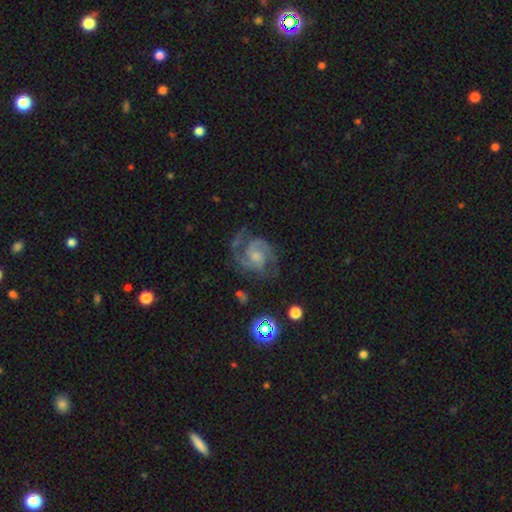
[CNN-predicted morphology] Smooth or featured? Predicted: featured or disk (p=0.87). Edge-on disk? Predicted: no (p=0.98). Bar? Predicted: no (p=0.59). Spiral arms? Predicted: yes (p=0.97). Spiral winding? Predicted: medium (p=0.53). Spiral arm count? Predicted: 2 (p=0.54). Bulge size? Predicted: small (p=0.53). Merging? Predicted: none (p=0.63).